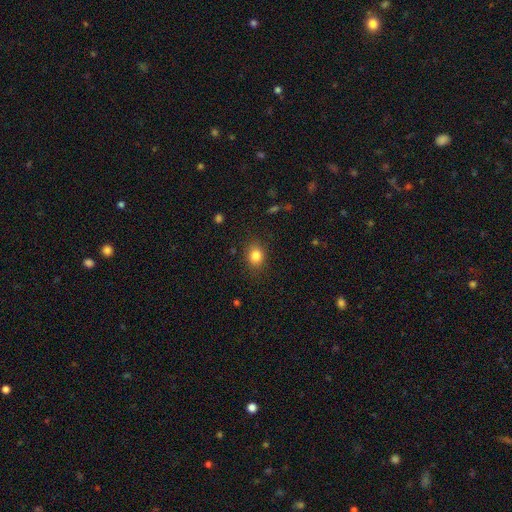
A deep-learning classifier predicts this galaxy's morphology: Overall: smooth (83%). How rounded: round (56%; in between 43%). Merging: none (85%).